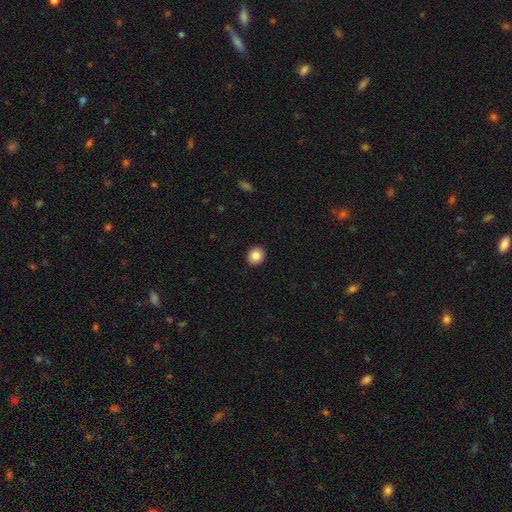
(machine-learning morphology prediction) smooth-or-featured: smooth: 86% | star or artifact: 9% | featured or disk: 5%
  how-rounded: round: 78% | in between: 21% | cigar-shaped: 1%
  merging: none: 92% | minor disturbance: 6% | major disturbance: 2% | merger: 1%